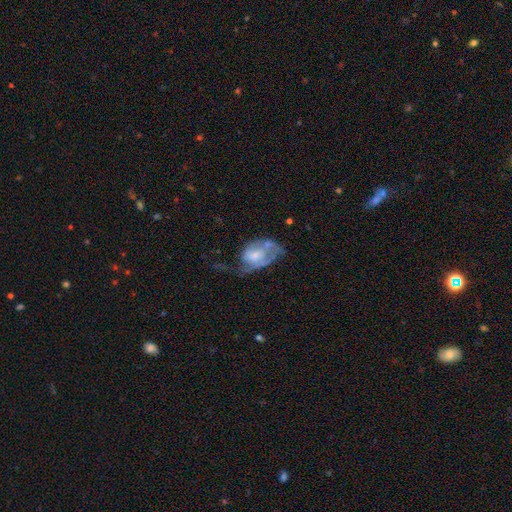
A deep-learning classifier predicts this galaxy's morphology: Smooth or featured? featured or disk (59%)
Edge-on disk? no (96%)
Bar? no (63%)
Spiral arms? yes (59%)
Bulge size? small (38%)
Merging? major disturbance (43%)